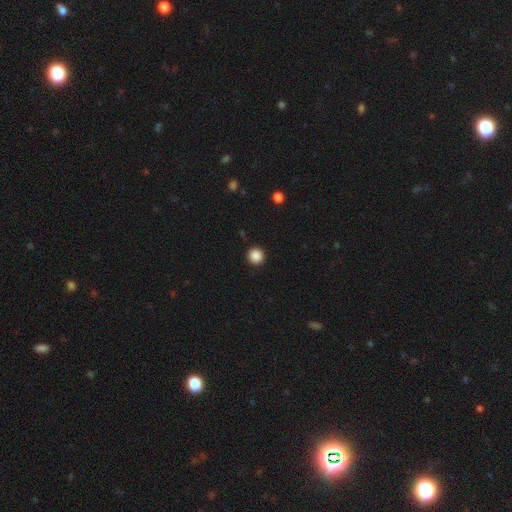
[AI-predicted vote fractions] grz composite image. It shows a smooth galaxy with no disk features (88%) that is round (95%). Merging: none (93%).